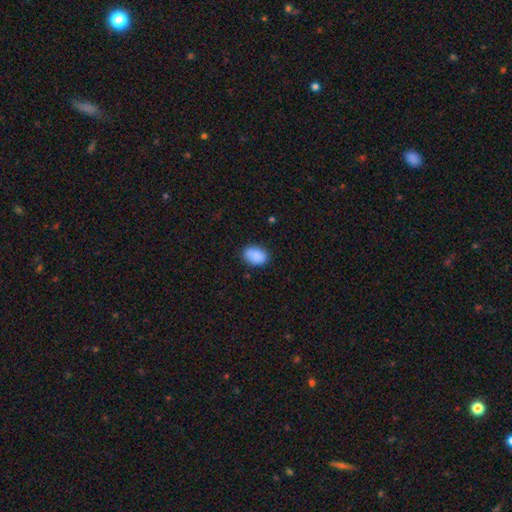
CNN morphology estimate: This is clearly a smooth galaxy (89%). How rounded: likely in between (79%). Merging: clearly none (81%).